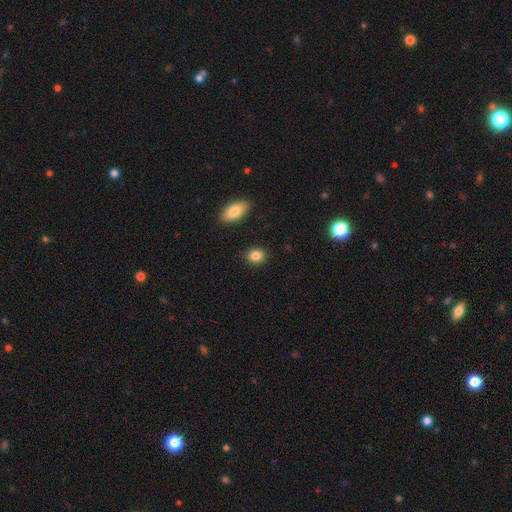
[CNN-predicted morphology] Smooth or featured? smooth (86%)
How rounded? round (57%)
Merging? none (88%)